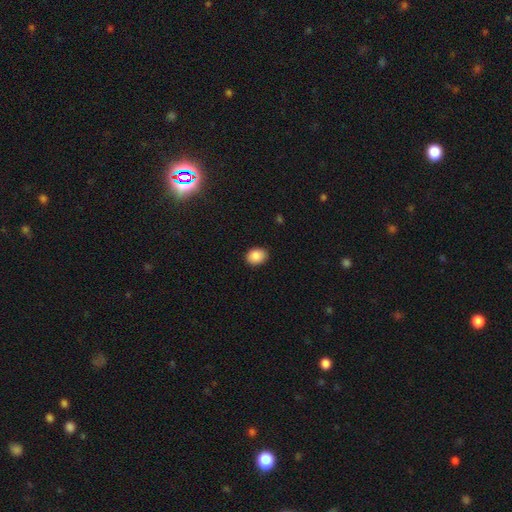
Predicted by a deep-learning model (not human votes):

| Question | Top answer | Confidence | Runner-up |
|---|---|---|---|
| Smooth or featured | smooth | 87% | star or artifact (8%) |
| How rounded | in between | 61% | round (38%) |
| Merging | none | 88% | minor disturbance (9%) |